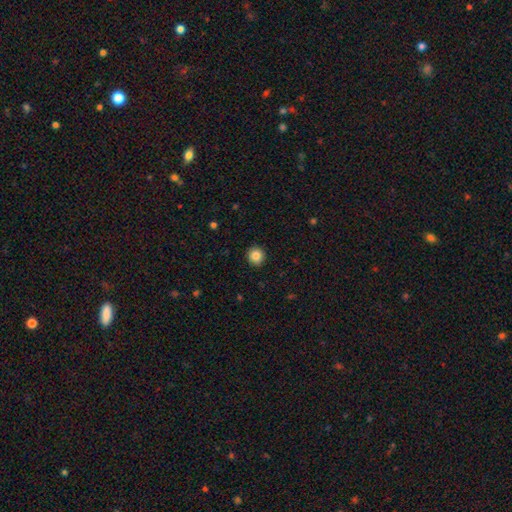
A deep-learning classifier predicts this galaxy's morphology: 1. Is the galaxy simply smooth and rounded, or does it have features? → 85% smooth, 10% star or artifact, 5% featured or disk.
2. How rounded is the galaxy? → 94% round, 5% in between, 1% cigar-shaped.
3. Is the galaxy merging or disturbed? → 92% none, 5% minor disturbance, 2% major disturbance, 1% merger.